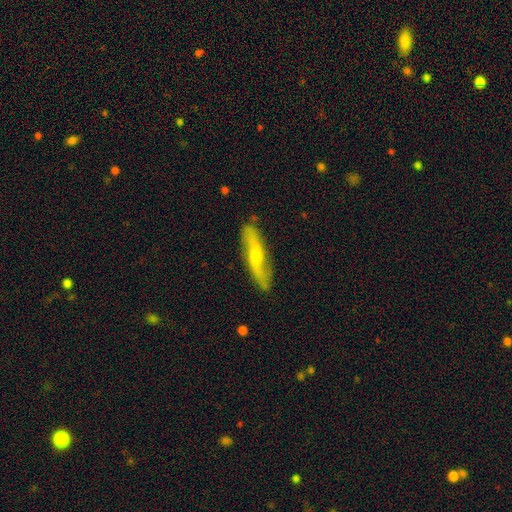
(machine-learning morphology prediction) smooth-or-featured: featured or disk: 65% | smooth: 28% | star or artifact: 6%
  disk-edge-on: no: 63% | yes: 37%
  merging: none: 82% | minor disturbance: 14% | major disturbance: 3% | merger: 2%